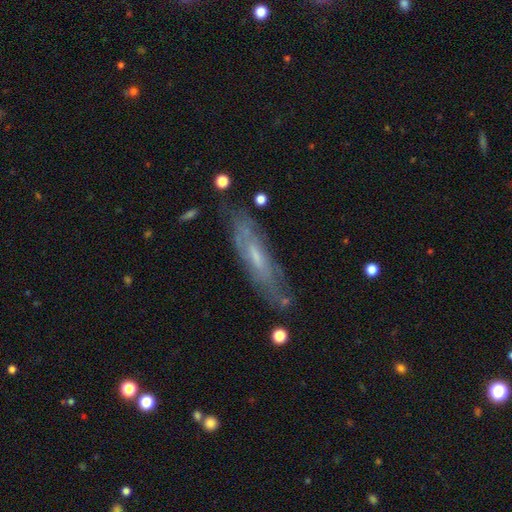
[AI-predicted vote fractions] The model was most divided on "edge-on disk": no: 56%, yes: 44%. More confident: merging — none (75%); smooth or featured — featured or disk (61%).